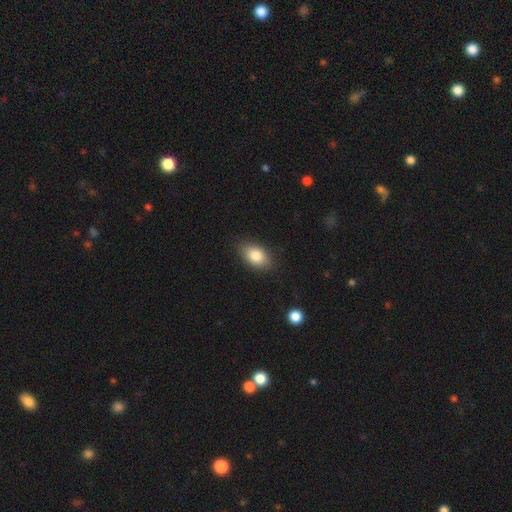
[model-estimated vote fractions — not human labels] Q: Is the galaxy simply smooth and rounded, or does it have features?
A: smooth — 84%.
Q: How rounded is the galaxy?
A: in between — 88%.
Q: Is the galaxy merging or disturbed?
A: none — 84%.